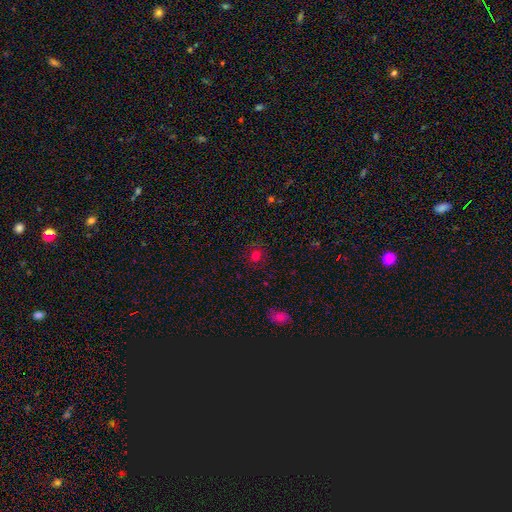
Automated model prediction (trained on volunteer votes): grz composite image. It shows a smooth galaxy with no disk features (69%) that is round (77%). Merging: none (83%).